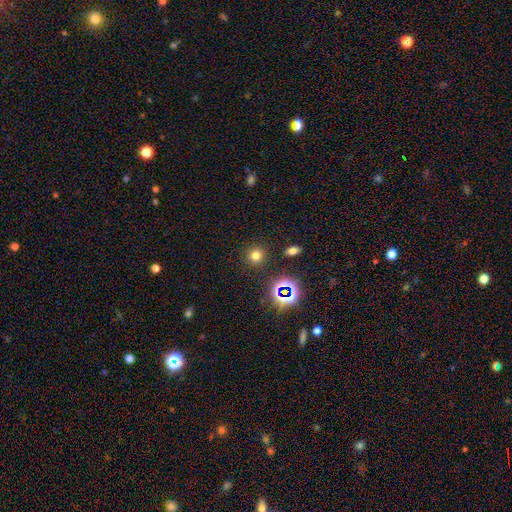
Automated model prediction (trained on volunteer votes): smooth 71%, star or artifact 22%, featured or disk 7%. Down the decision tree: how rounded — round (91%); merging — none (89%).